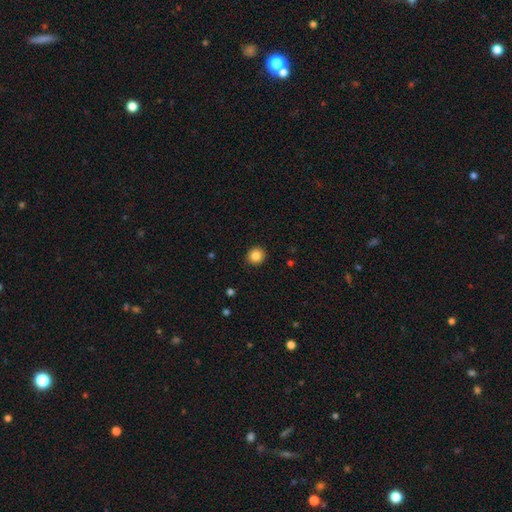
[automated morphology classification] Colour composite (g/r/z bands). It shows a smooth galaxy with no disk features (85%) that is round (91%). Merging: none (92%).